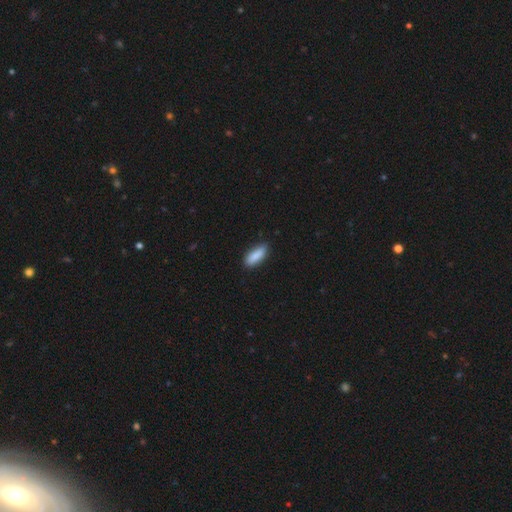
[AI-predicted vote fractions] smooth_or_featured: smooth (p=0.88) [alt: featured or disk p=0.07]
how_rounded: in between (p=0.65) [alt: cigar-shaped p=0.33]
merging: none (p=0.84) [alt: minor disturbance p=0.13]